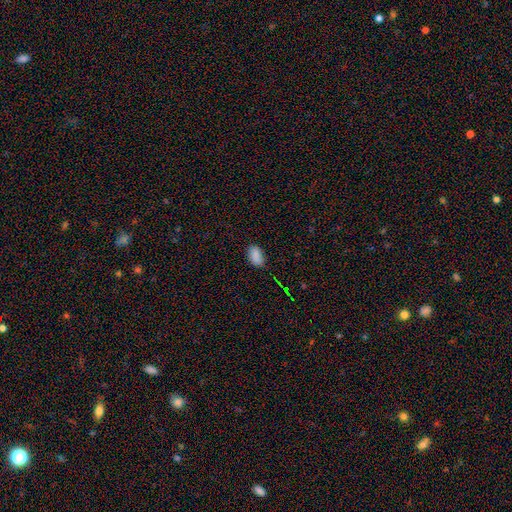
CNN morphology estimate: A smooth galaxy with no disk features (87%) that is in between round and cigar-shaped (92%). Merging: none (83%).